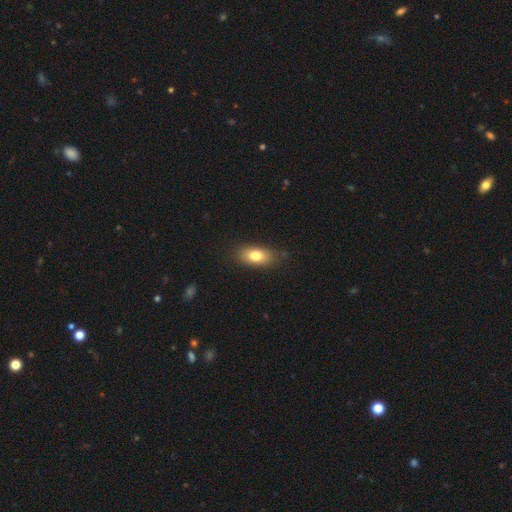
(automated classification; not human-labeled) This appears to be a smooth galaxy with no disk features (78%) that is in between round and cigar-shaped (85%). Merging: none (83%).